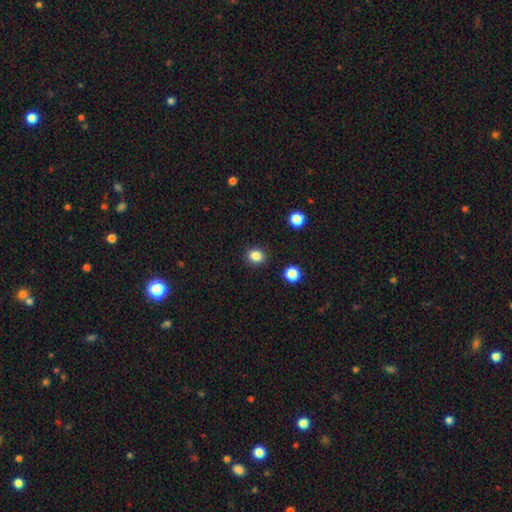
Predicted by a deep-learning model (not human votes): Smooth or featured? smooth (85%)
How rounded? round (69%)
Merging? none (89%)